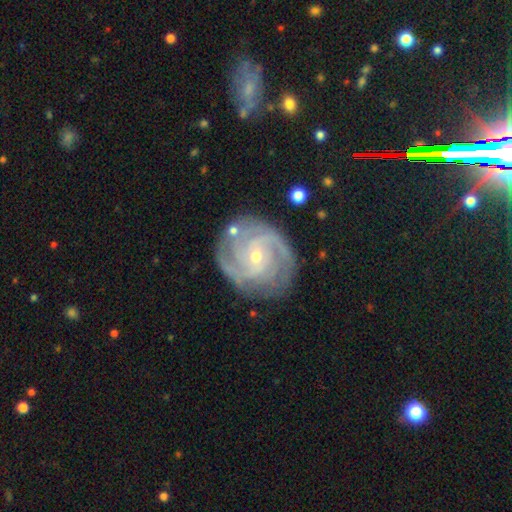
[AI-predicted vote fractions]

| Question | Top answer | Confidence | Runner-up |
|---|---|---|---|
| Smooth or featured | featured or disk | 90% | star or artifact (6%) |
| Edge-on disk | no | 98% | yes (2%) |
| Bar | no | 58% | weak (32%) |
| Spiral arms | yes | 98% | no (2%) |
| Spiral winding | tight | 63% | medium (32%) |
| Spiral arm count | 3 | 37% | 2 (21%) |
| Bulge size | small | 70% | moderate (27%) |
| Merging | none | 78% | minor disturbance (15%) |